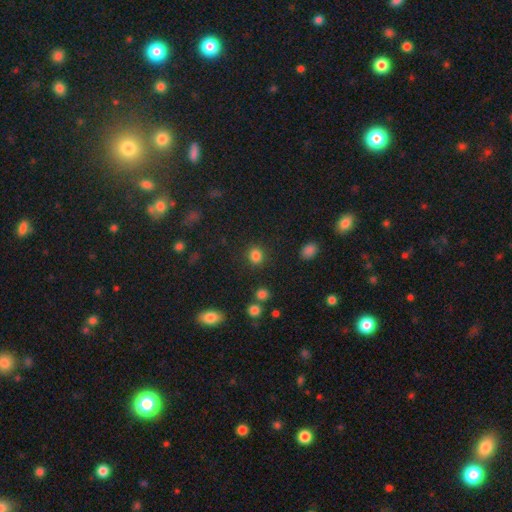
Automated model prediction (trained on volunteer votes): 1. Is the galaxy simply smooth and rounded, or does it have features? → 83% smooth, 12% star or artifact, 5% featured or disk.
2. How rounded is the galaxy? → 76% round, 23% in between, 1% cigar-shaped.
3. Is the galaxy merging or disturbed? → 87% none, 8% minor disturbance, 3% major disturbance, 3% merger.